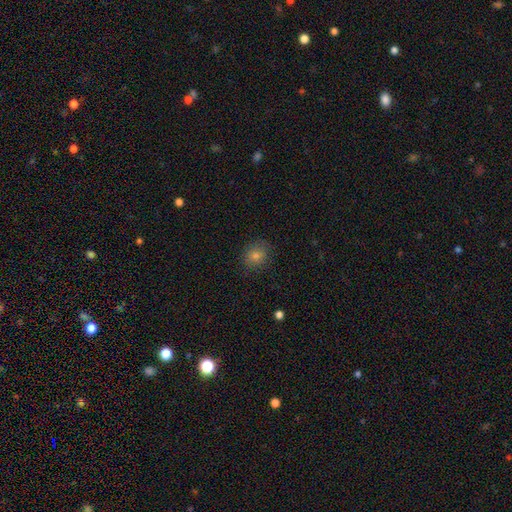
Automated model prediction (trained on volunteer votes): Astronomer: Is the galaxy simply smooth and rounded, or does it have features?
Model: smooth — 74%.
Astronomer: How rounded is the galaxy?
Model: round — 70%.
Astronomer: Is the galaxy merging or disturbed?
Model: none — 85%.